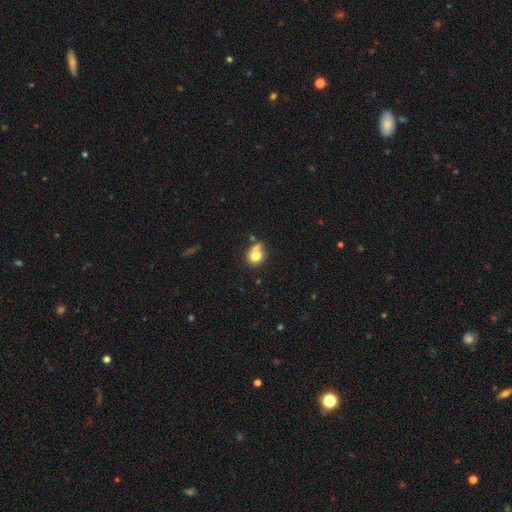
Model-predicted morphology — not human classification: Smooth or featured? Predicted: smooth (p=0.77). How rounded? Predicted: round (p=0.71). Merging? Predicted: none (p=0.49).